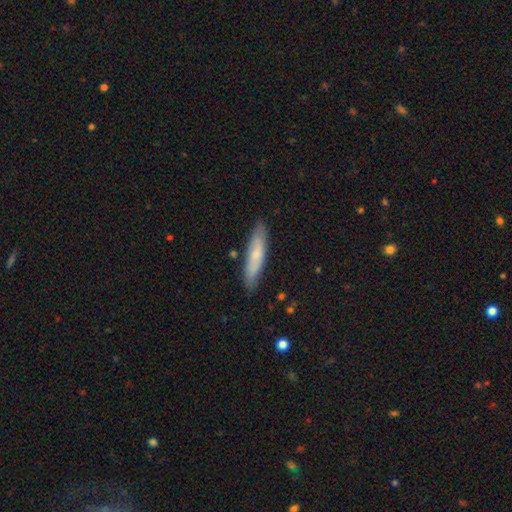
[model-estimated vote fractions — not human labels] This appears to be a smooth galaxy with no disk features (62%) that is cigar-shaped (82%). Merging: none (84%).